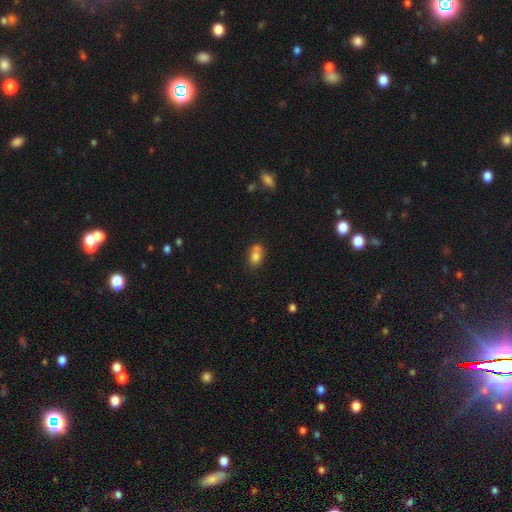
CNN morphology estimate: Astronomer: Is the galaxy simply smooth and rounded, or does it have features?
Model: smooth — 76%.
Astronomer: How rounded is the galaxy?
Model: in between — 70%.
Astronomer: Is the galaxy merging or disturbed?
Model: none — 41% (runner-up: merger, 39%).